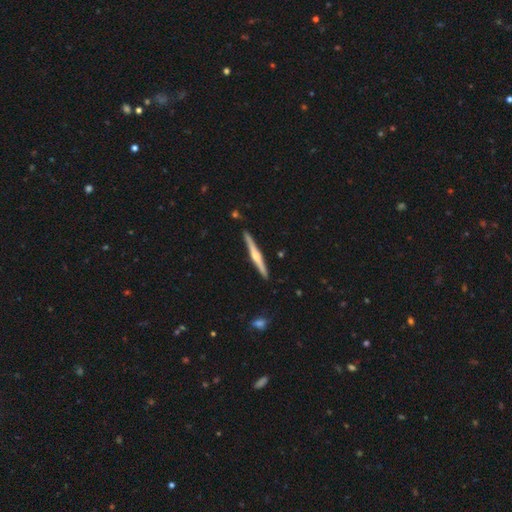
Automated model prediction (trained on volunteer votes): This appears to be a featured or disk galaxy (77%) viewed edge-on (98%) with a rounded central bulge (88%). Merging: none (91%).